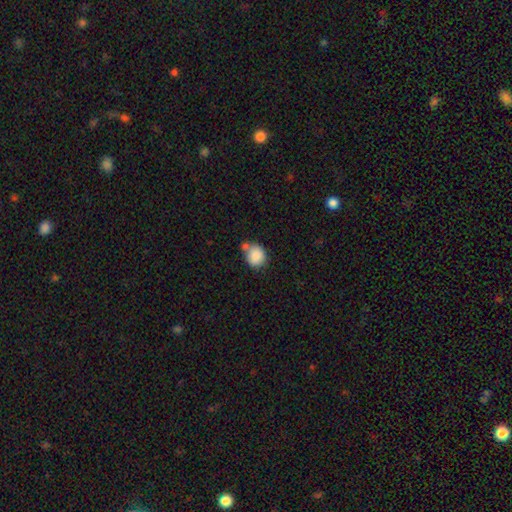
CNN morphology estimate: Smooth or featured: smooth — 86% (star or artifact — 8%)
How rounded: round — 74% (in between — 25%)
Merging: none — 56% (merger — 24%)